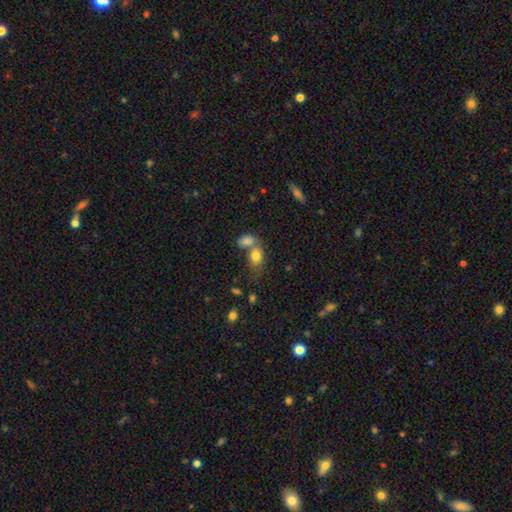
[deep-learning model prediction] smooth-or-featured: smooth: 81% | featured or disk: 10% | star or artifact: 9%
  how-rounded: in between: 77% | round: 22% | cigar-shaped: 2%
  merging: merger: 47% | none: 35% | minor disturbance: 12% | major disturbance: 6%